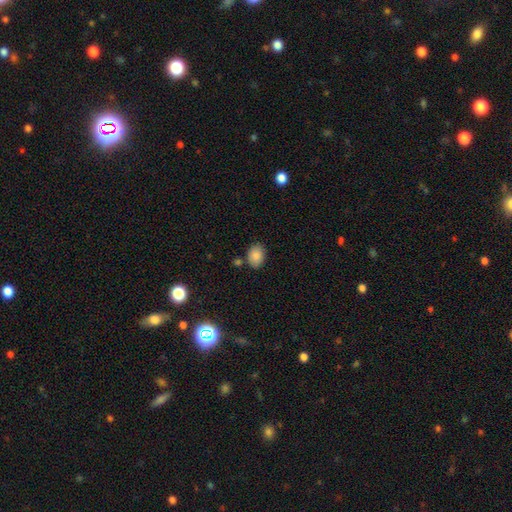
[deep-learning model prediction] smooth 86%, star or artifact 8%, featured or disk 5%. Down the decision tree: how rounded — in between (73%); merging — none (78%).